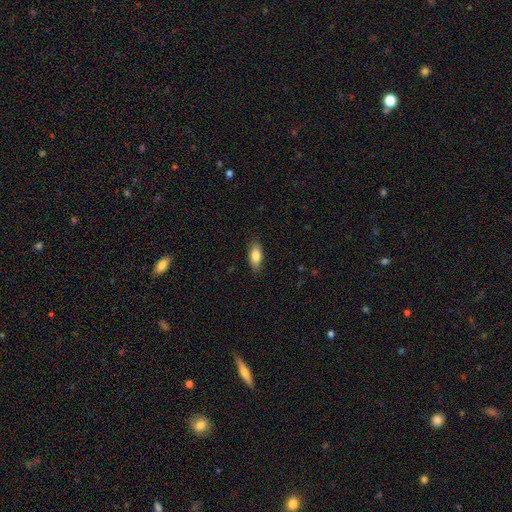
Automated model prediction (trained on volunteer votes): A smooth galaxy with no disk features (80%) that is in between round and cigar-shaped (83%).

Vote fractions:
- Smooth or featured? smooth: 80% / featured or disk: 13% / star or artifact: 7%
- How rounded? in between: 83% / cigar-shaped: 14% / round: 3%
- Merging? none: 85% / minor disturbance: 12% / major disturbance: 2% / merger: 1%